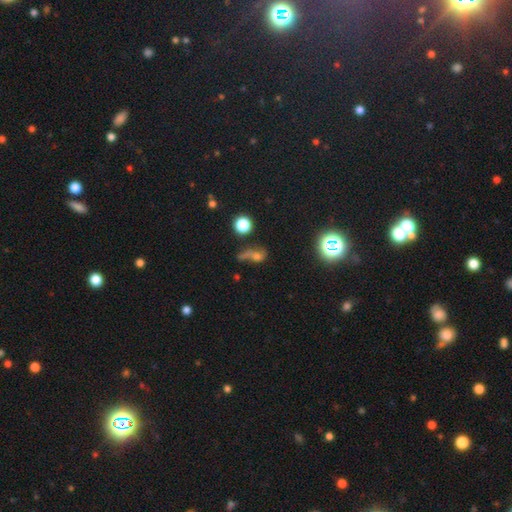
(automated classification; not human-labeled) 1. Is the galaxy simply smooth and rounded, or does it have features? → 40% smooth, 33% featured or disk, 27% star or artifact.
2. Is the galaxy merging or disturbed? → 33% none (tied), 33% major disturbance (tied), 19% minor disturbance, 15% merger.